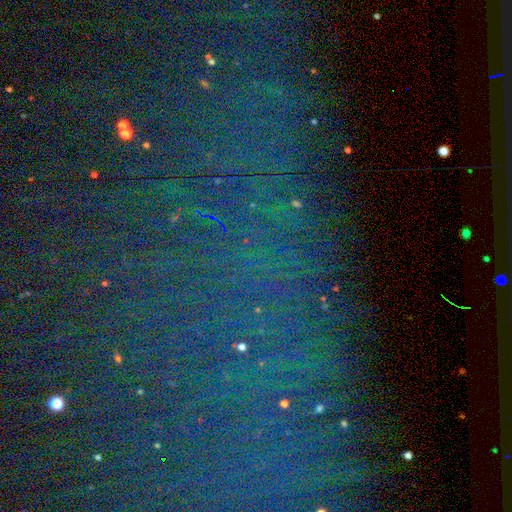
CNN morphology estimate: This appears to be a star or artifact, not a galaxy (80%).